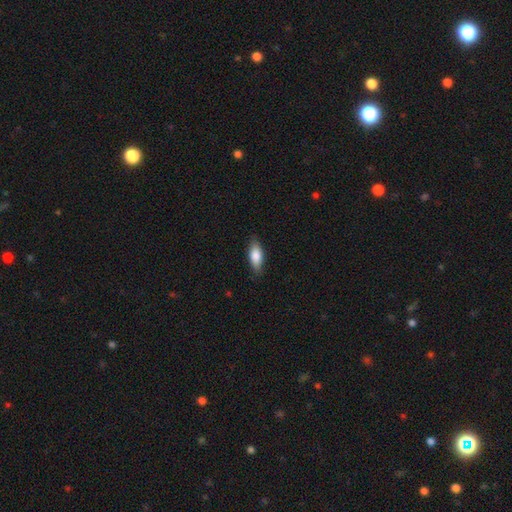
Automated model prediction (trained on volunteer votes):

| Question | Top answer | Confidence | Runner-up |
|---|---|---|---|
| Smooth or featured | smooth | 81% | featured or disk (13%) |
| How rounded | in between | 76% | cigar-shaped (22%) |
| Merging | none | 85% | minor disturbance (12%) |